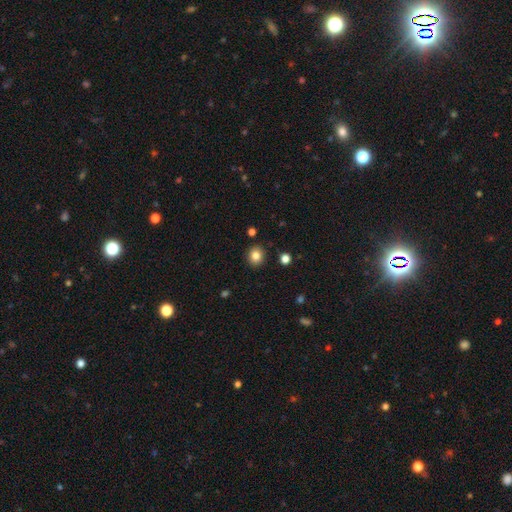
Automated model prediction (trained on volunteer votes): Overall: smooth (83%). How rounded: round (84%). Merging: none (90%).